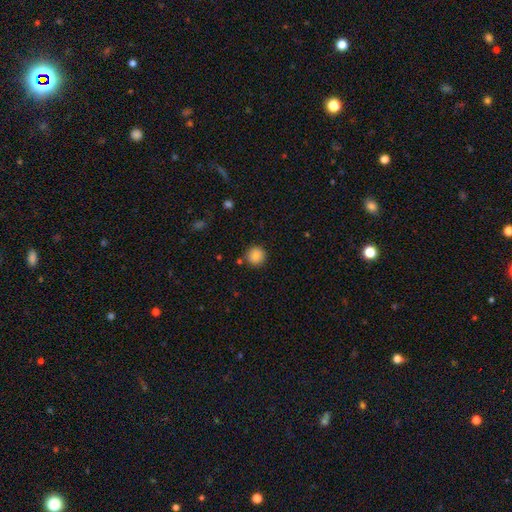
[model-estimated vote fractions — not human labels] Smooth or featured: smooth — 85% (star or artifact — 9%)
How rounded: round — 95% (in between — 4%)
Merging: none — 86% (minor disturbance — 8%)